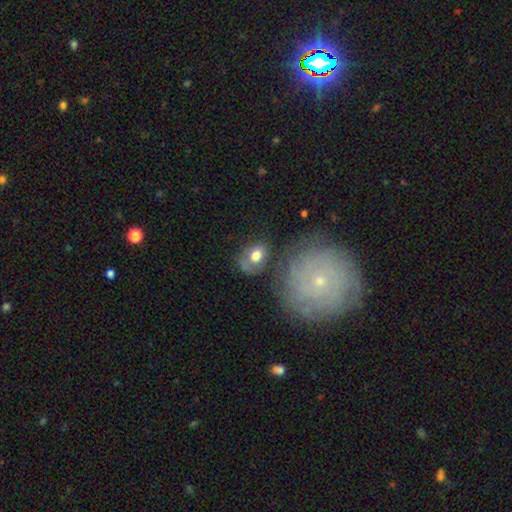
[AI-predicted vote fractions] A smooth galaxy with no disk features (70%) that is in between round and cigar-shaped (63%). Merging: none (57%).